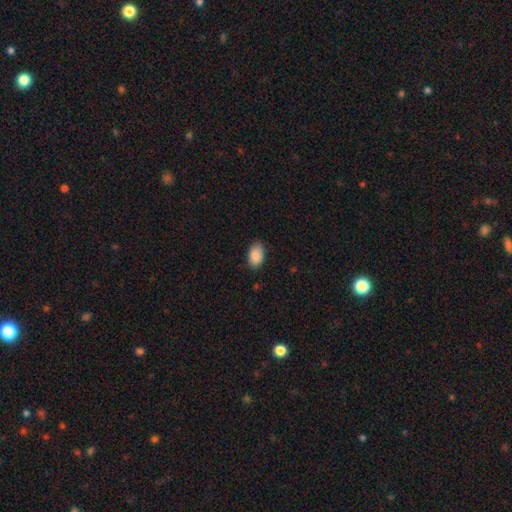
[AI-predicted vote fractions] Smooth or featured? smooth (90%)
How rounded? in between (92%)
Merging? none (82%)